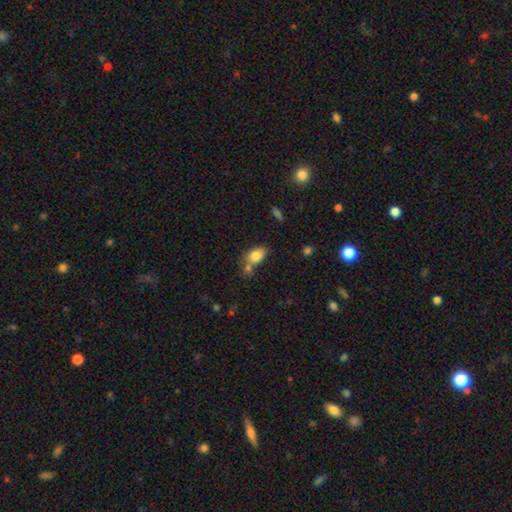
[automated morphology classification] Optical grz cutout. It shows a smooth galaxy with no disk features (81%) that is in between round and cigar-shaped (84%). Merging: none (48%).